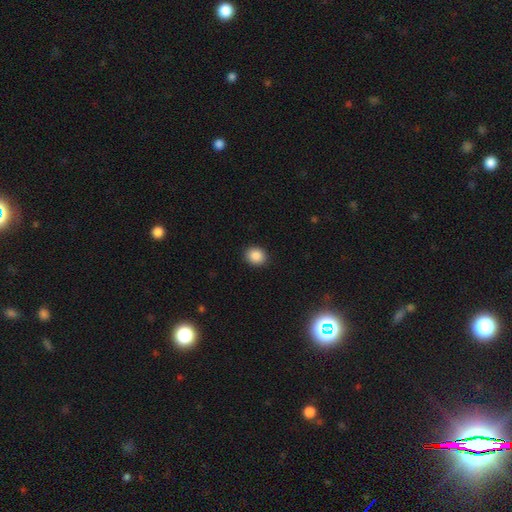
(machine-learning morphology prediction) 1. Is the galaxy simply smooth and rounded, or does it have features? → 88% smooth, 9% star or artifact, 3% featured or disk.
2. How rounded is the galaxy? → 67% round, 32% in between, 1% cigar-shaped.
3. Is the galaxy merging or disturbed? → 91% none, 6% minor disturbance, 2% major disturbance, 1% merger.